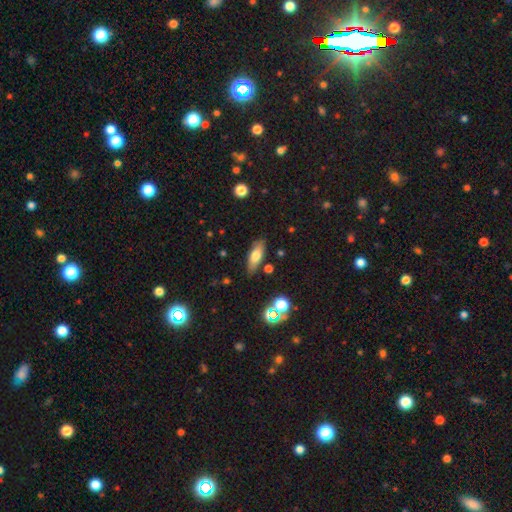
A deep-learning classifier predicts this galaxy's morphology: Smooth or featured?
  - smooth: 70% *
  - featured or disk: 21%
  - star or artifact: 9%
How rounded?
  - in between: 68% *
  - cigar-shaped: 29%
  - round: 3%
Merging?
  - none: 82% *
  - minor disturbance: 12%
  - merger: 3%
  - major disturbance: 3%